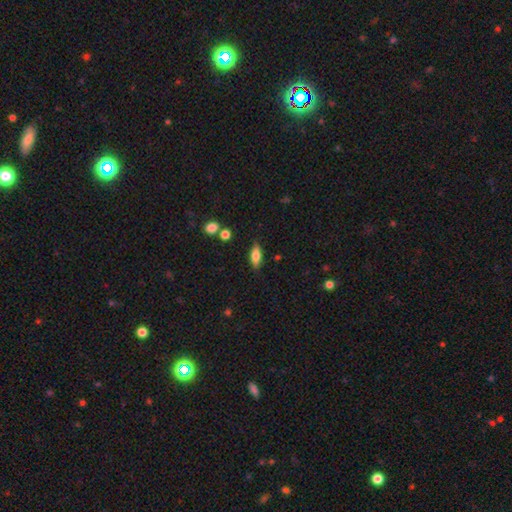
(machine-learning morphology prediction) Smooth or featured? smooth (68%)
How rounded? in between (71%)
Merging? none (83%)